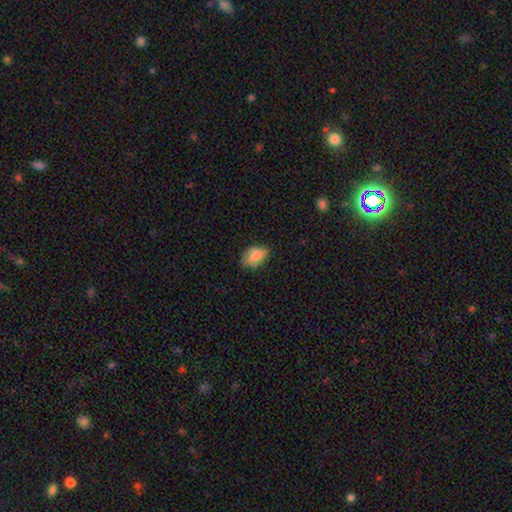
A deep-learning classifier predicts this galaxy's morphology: A smooth galaxy with no disk features (82%) that is in between round and cigar-shaped (85%). Merging: none (63%).